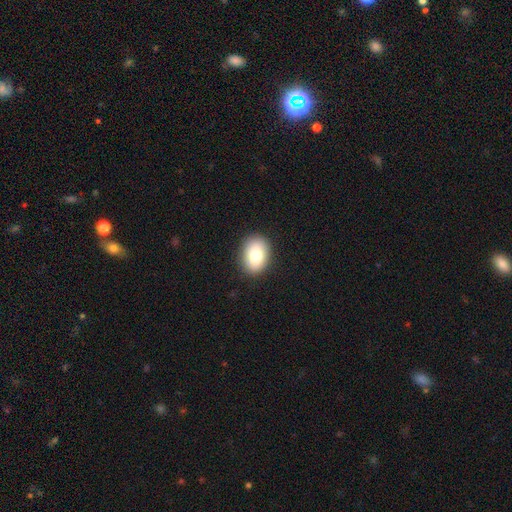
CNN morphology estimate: Smooth or featured? Predicted: smooth (p=0.80). How rounded? Predicted: in between (p=0.72). Merging? Predicted: none (p=0.89).